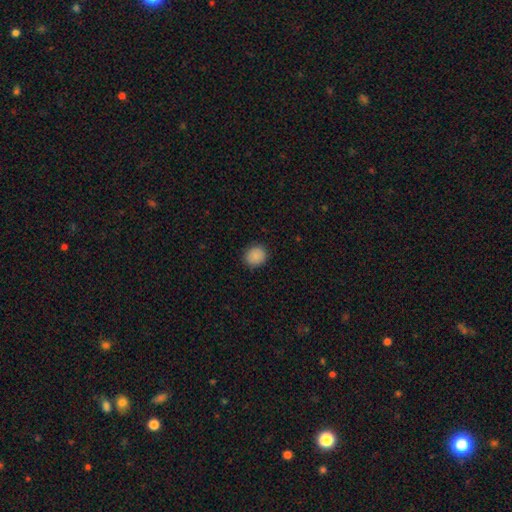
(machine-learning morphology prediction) A smooth galaxy with no disk features (88%) that is round (78%).

Vote fractions:
- Smooth or featured? smooth: 88% / star or artifact: 8% / featured or disk: 3%
- How rounded? round: 78% / in between: 21% / cigar-shaped: 1%
- Merging? none: 89% / minor disturbance: 8% / major disturbance: 2% / merger: 1%